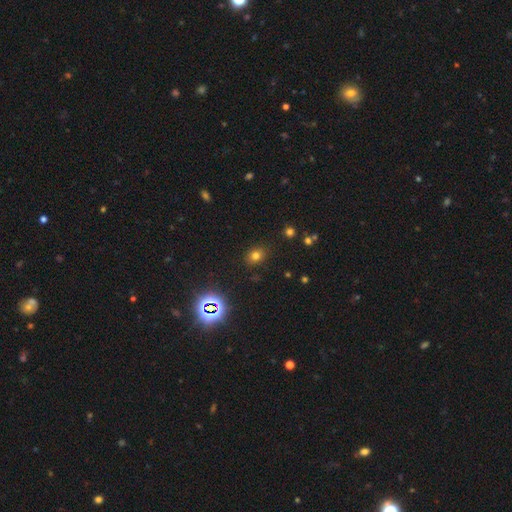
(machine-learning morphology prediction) type=smooth (71%); roundness=round (55%); merging=none (86%).